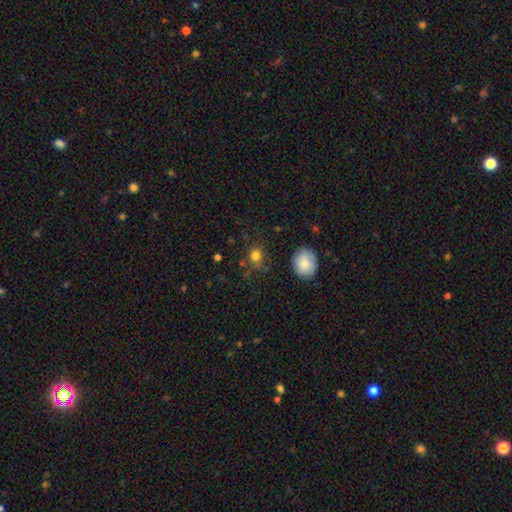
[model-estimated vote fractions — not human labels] Overall: smooth (81%). How rounded: round (76%). Merging: none (72%).